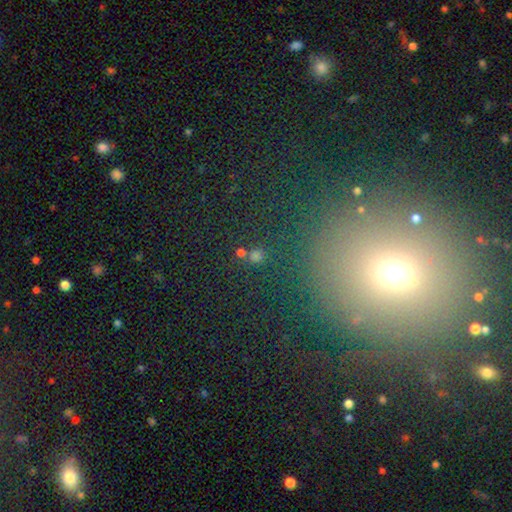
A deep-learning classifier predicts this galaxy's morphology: type=smooth (61%); roundness=round (88%); merging=none (71%).